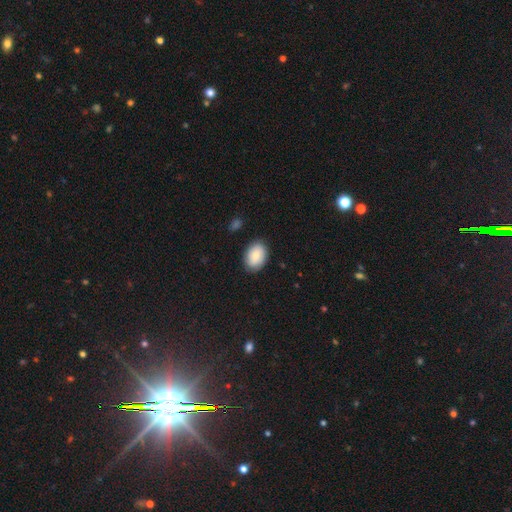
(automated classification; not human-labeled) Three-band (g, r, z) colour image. It shows a smooth galaxy with no disk features (81%) that is in between round and cigar-shaped (81%). Merging: none (84%).